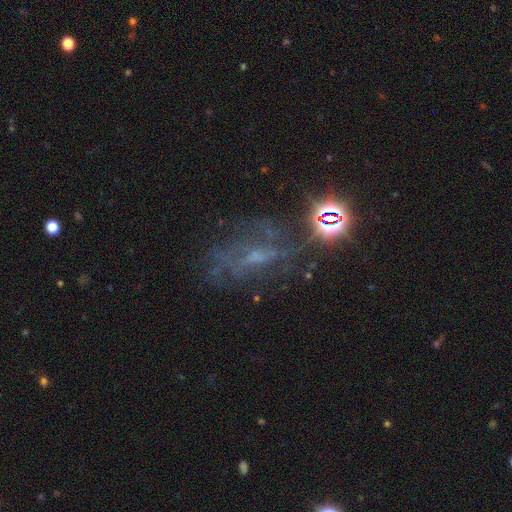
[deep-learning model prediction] A featured or disk galaxy (56%) with no bar (48%), spiral arms (65%) and a small central bulge (64%). Merging: none (59%).